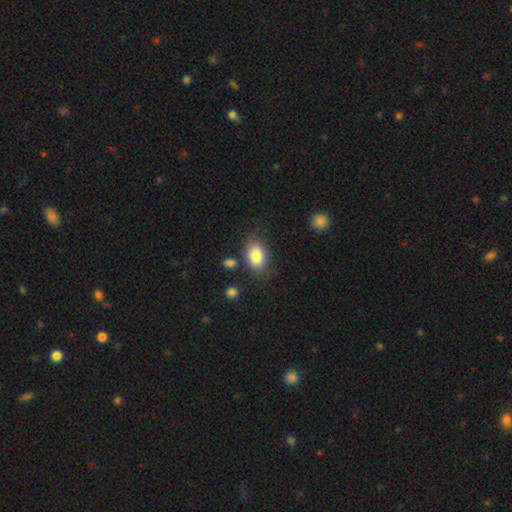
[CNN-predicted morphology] Smooth or featured? Predicted: smooth (p=0.84). How rounded? Predicted: in between (p=0.87). Merging? Predicted: none (p=0.78).